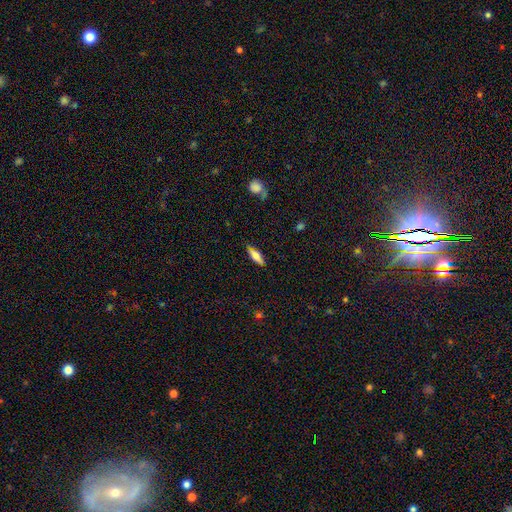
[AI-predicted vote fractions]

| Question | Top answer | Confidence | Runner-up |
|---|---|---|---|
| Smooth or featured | smooth | 62% | featured or disk (30%) |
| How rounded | in between | 54% | cigar-shaped (44%) |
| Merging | none | 82% | minor disturbance (14%) |